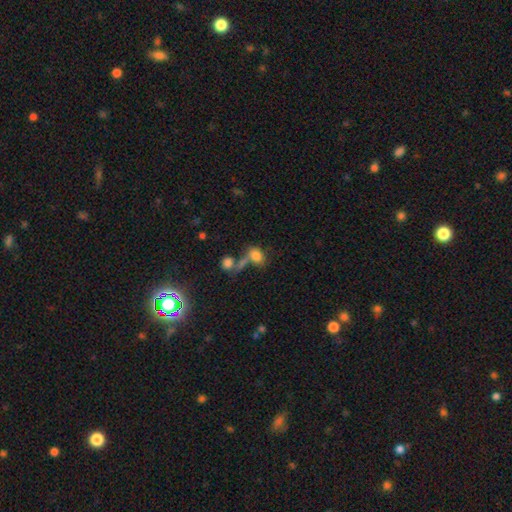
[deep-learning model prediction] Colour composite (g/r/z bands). It shows a smooth galaxy with no disk features (79%) that is in between round and cigar-shaped (71%). Merging: merger (41%).